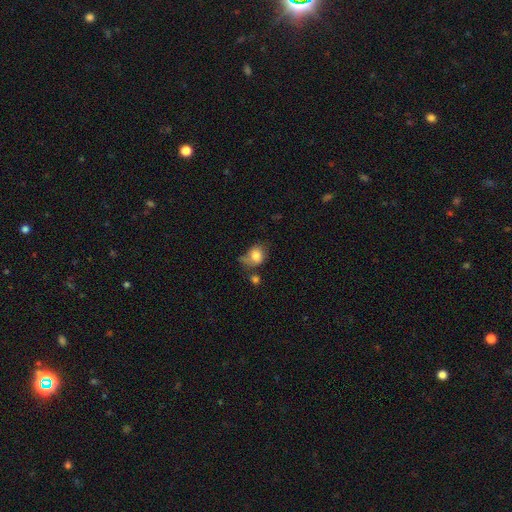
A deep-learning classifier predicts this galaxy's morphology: This appears to be a smooth galaxy with no disk features (79%) that is round (56%). Merging: none (41%).